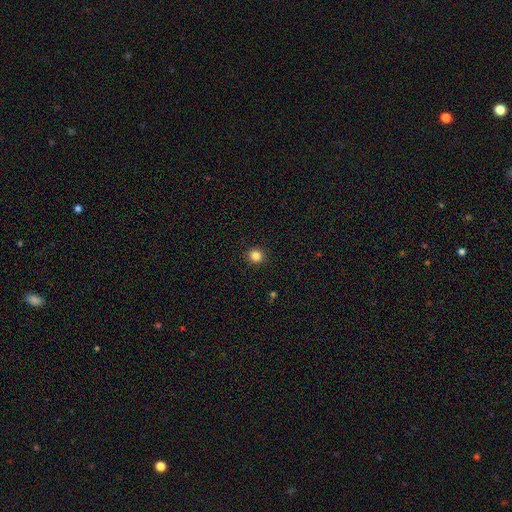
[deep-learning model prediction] This is clearly a smooth galaxy (86%). How rounded: clearly round (92%). Merging: clearly none (92%).